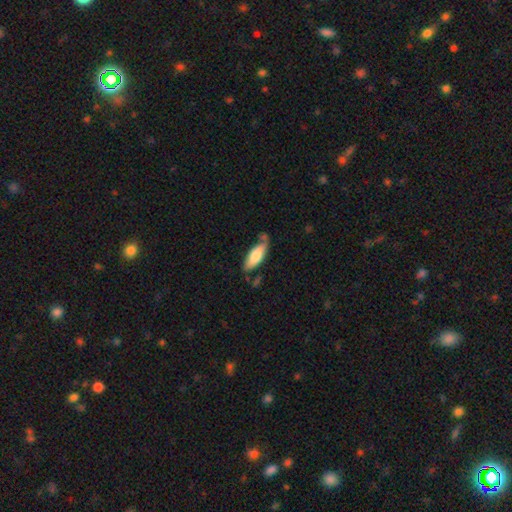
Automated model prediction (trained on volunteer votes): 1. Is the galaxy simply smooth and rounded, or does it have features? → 72% smooth, 23% featured or disk, 6% star or artifact.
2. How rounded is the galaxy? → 68% in between, 30% cigar-shaped, 2% round.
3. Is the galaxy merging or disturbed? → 59% none, 25% minor disturbance, 10% merger, 6% major disturbance.